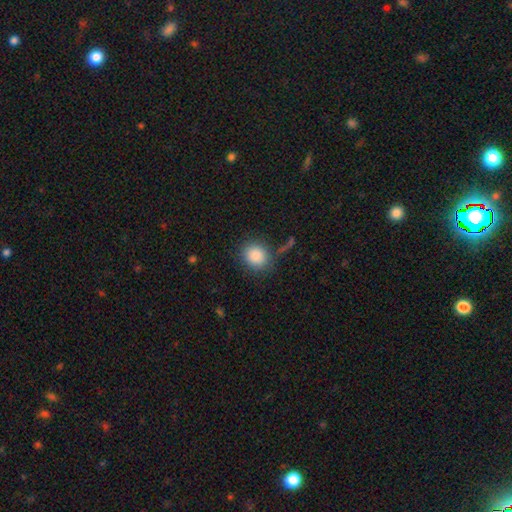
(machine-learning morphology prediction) Q: Smooth or featured?
A: smooth (87%); runner-up: star or artifact (8%)
Q: How rounded?
A: round (83%); runner-up: in between (16%)
Q: Merging?
A: none (80%); runner-up: minor disturbance (11%)